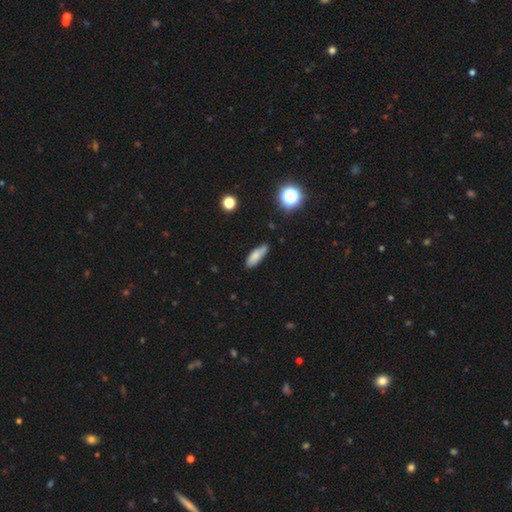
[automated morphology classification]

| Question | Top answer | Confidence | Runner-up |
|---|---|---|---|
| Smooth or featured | smooth | 76% | featured or disk (14%) |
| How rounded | in between | 63% | cigar-shaped (34%) |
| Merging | none | 66% | minor disturbance (25%) |